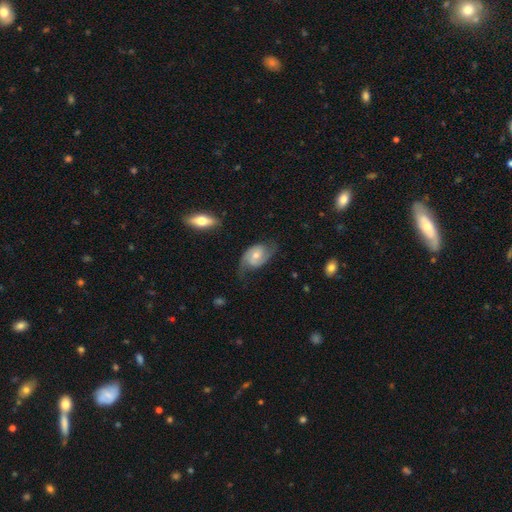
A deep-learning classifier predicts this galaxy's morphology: Smooth or featured? featured or disk (73%)
Edge-on disk? no (96%)
Bar? no (55%)
Spiral arms? yes (92%)
Spiral winding? medium (43%)
Spiral arm count? 2 (87%)
Bulge size? moderate (53%)
Merging? none (63%)